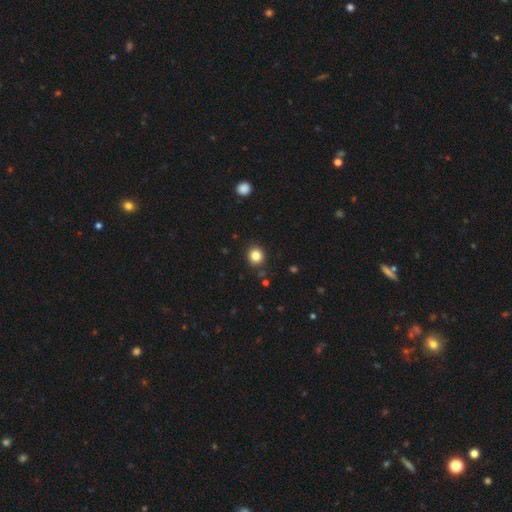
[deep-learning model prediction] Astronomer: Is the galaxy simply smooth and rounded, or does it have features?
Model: smooth — 84%.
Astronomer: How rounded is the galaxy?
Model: round — 85%.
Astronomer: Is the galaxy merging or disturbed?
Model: none — 88%.